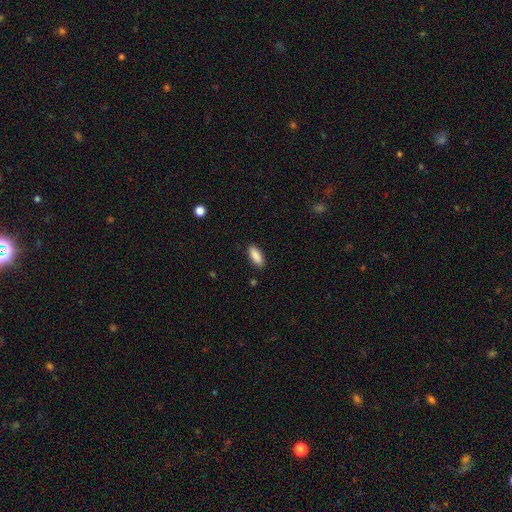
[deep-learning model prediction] Smooth or featured? smooth (89%)
How rounded? in between (80%)
Merging? none (88%)